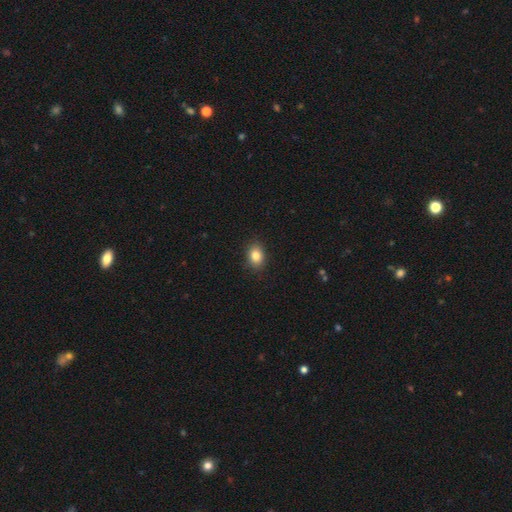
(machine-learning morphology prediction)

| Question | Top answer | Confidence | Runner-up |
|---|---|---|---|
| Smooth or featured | smooth | 84% | star or artifact (9%) |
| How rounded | in between | 71% | round (28%) |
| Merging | none | 88% | minor disturbance (9%) |